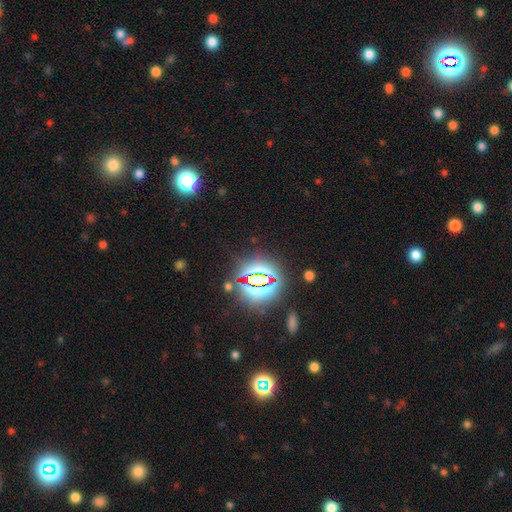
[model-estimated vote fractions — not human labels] smooth-or-featured: star or artifact: 81% | smooth: 12% | featured or disk: 7%